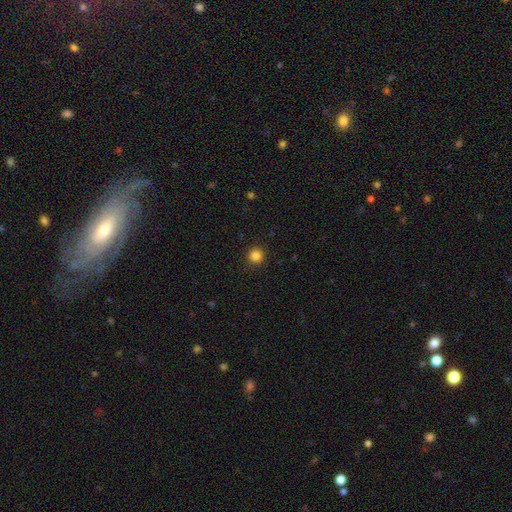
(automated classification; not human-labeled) A smooth galaxy with no disk features (85%) that is round (95%). Merging: none (92%).